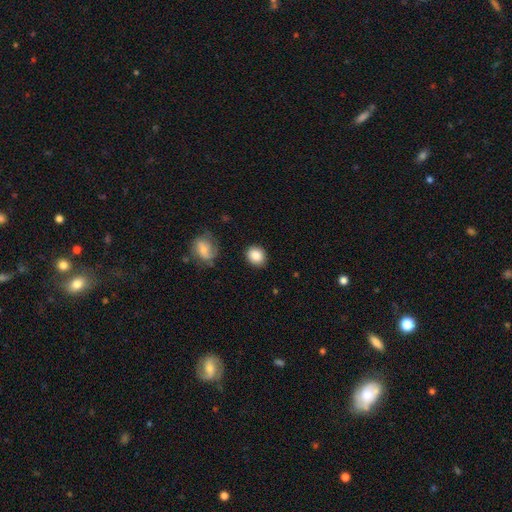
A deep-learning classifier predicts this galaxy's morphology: This appears to be a smooth galaxy with no disk features (85%) that is round (72%). Merging: none (86%).